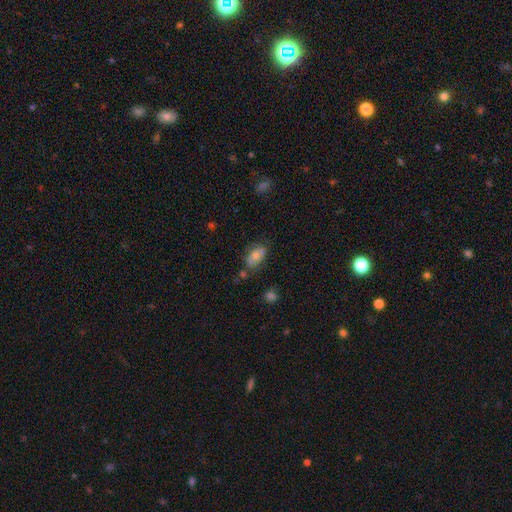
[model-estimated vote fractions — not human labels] A smooth galaxy with no disk features (67%) that is in between round and cigar-shaped (90%). Merging: none (58%).